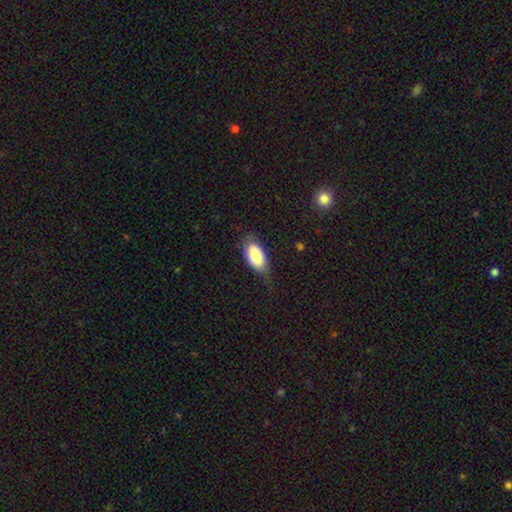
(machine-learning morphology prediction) A smooth galaxy with no disk features (85%) that is in between round and cigar-shaped (93%).

Vote fractions:
- Smooth or featured? smooth: 85% / featured or disk: 9% / star or artifact: 6%
- How rounded? in between: 93% / cigar-shaped: 4% / round: 3%
- Merging? none: 62% / minor disturbance: 27% / major disturbance: 9% / merger: 1%